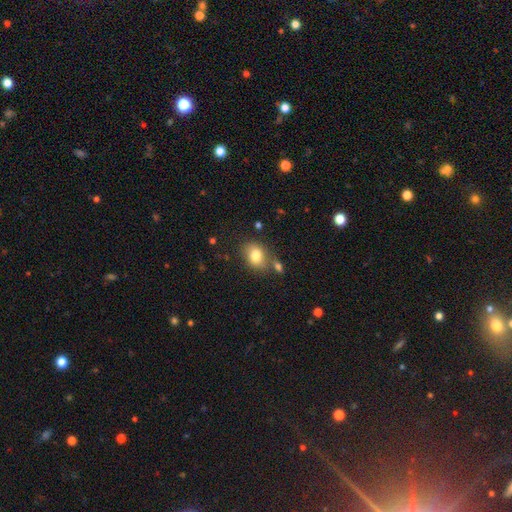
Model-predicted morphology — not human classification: Smooth or featured: smooth — 79% (featured or disk — 11%)
How rounded: in between — 61% (round — 38%)
Merging: none — 67% (minor disturbance — 15%)